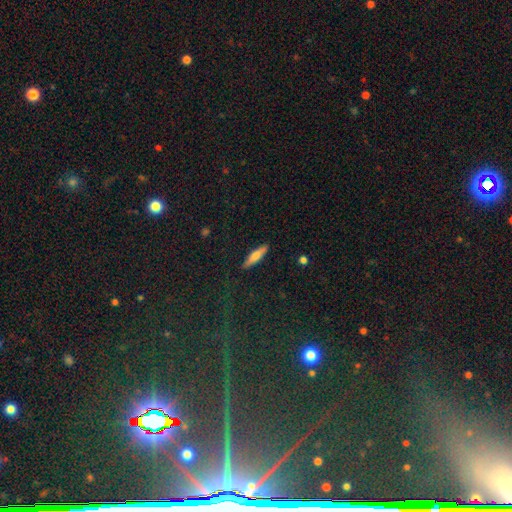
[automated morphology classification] Smooth or featured?
  - smooth: 65% *
  - featured or disk: 29%
  - star or artifact: 7%
How rounded?
  - cigar-shaped: 80% *
  - in between: 18%
  - round: 2%
Merging?
  - none: 89% *
  - minor disturbance: 8%
  - major disturbance: 2%
  - merger: 1%